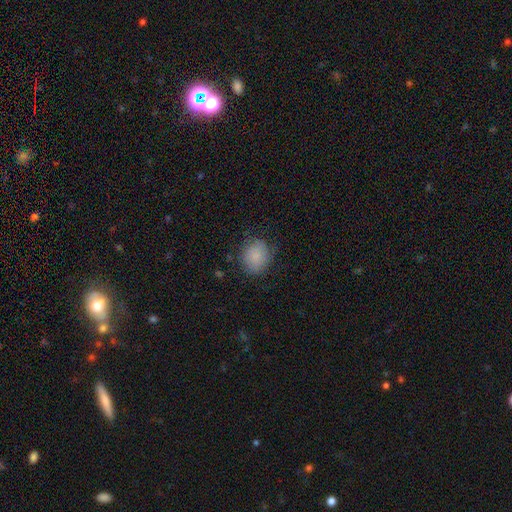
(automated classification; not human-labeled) This appears to be a smooth galaxy with no disk features (83%) that is round (56%). Merging: none (71%).